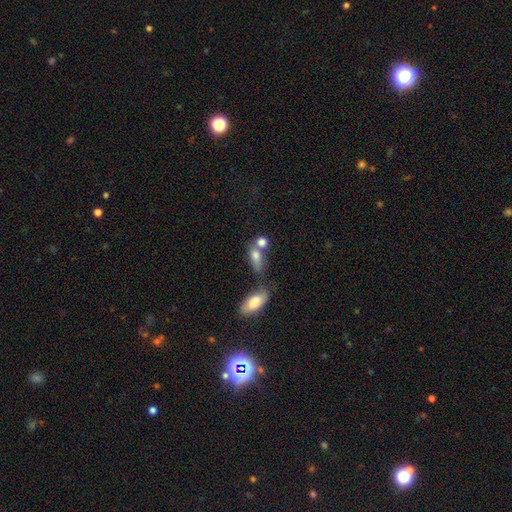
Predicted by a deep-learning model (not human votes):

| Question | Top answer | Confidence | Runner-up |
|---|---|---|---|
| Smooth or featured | smooth | 77% | featured or disk (14%) |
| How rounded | in between | 67% | round (23%) |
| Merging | merger | 42% | none (36%) |